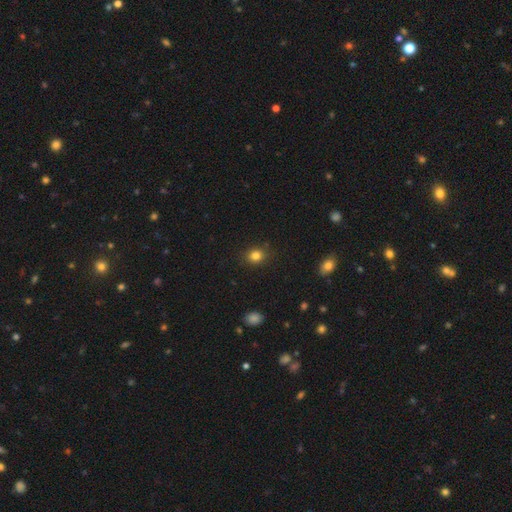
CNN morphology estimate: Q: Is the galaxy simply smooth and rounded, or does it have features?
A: smooth — 83%.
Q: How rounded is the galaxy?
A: round — 66%.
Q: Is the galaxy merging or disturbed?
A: none — 87%.